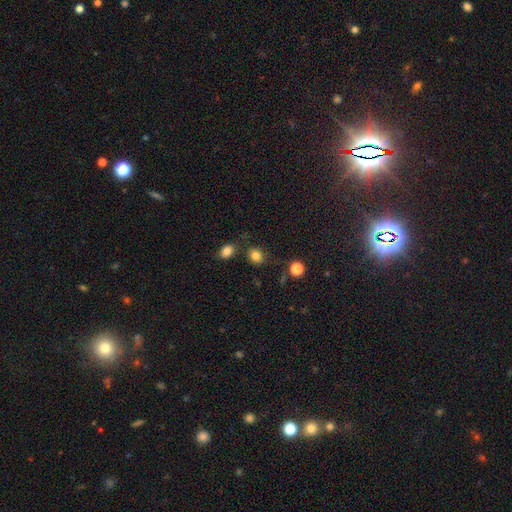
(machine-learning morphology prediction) Smooth or featured? Predicted: smooth (p=0.83). How rounded? Predicted: round (p=0.63). Merging? Predicted: none (p=0.74).